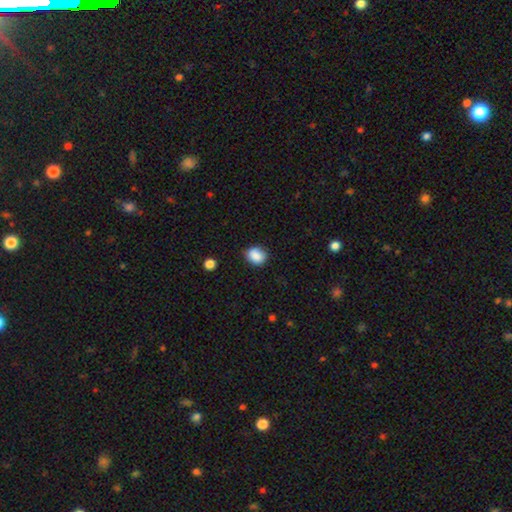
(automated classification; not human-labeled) smooth 87%, star or artifact 9%, featured or disk 4%. Down the decision tree: how rounded — round (58%); merging — none (79%).